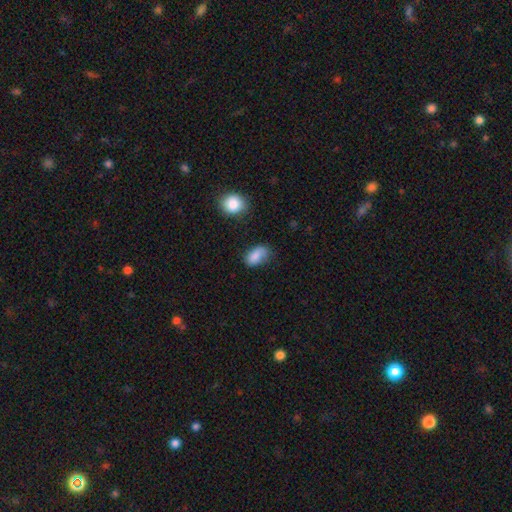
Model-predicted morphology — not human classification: Overall: smooth (83%). How rounded: in between (89%). Merging: none (55%; minor disturbance 31%).